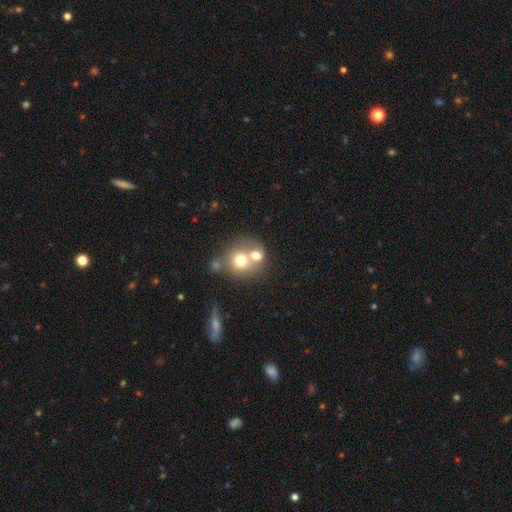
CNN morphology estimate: Smooth or featured? Predicted: smooth (p=0.68). How rounded? Predicted: round (p=0.73). Merging? Predicted: merger (p=0.61).